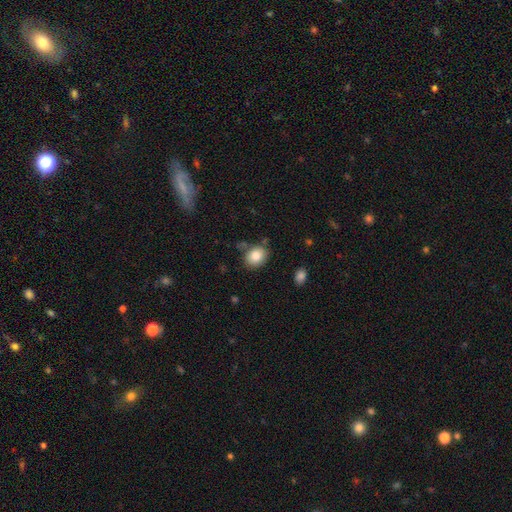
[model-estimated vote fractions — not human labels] Morphology: type=smooth (83%); roundness=round (50%); merging=none (76%).